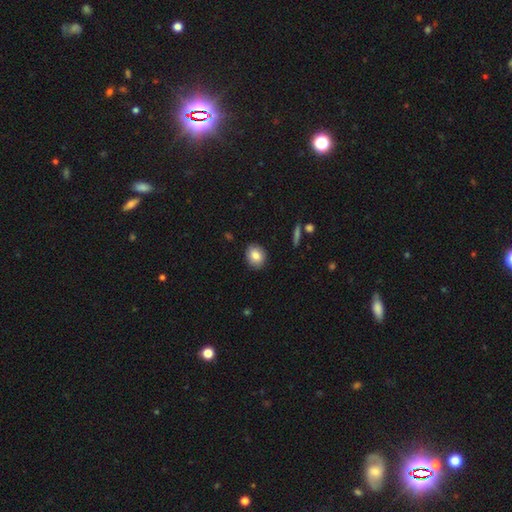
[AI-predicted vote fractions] smooth-or-featured: smooth: 83% | featured or disk: 9% | star or artifact: 8%
  how-rounded: round: 63% | in between: 35% | cigar-shaped: 1%
  merging: none: 88% | minor disturbance: 8% | major disturbance: 2% | merger: 1%